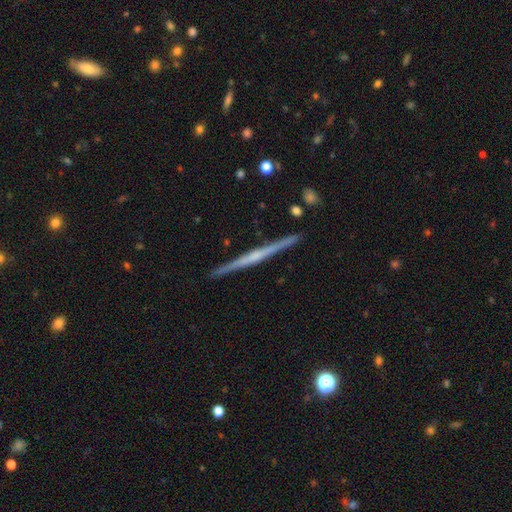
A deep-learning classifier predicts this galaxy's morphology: The model was most divided on "edge-on bulge": none: 49%, rounded: 39%, boxy: 12%. More confident: edge-on disk — yes (98%); merging — none (92%); smooth or featured — featured or disk (74%).